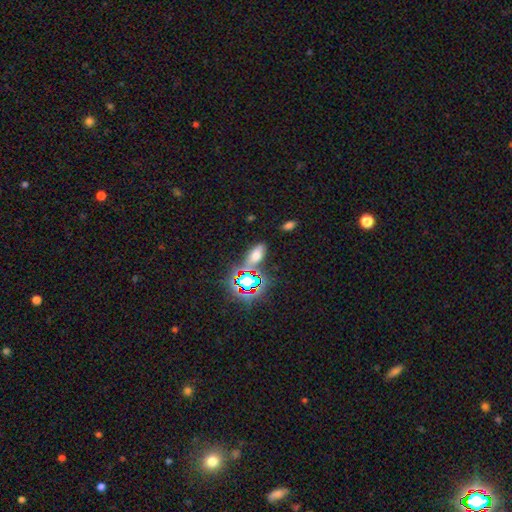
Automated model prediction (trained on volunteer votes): Smooth or featured: smooth — 57% (star or artifact — 32%)
How rounded: in between — 83% (cigar-shaped — 10%)
Merging: none — 71% (minor disturbance — 15%)